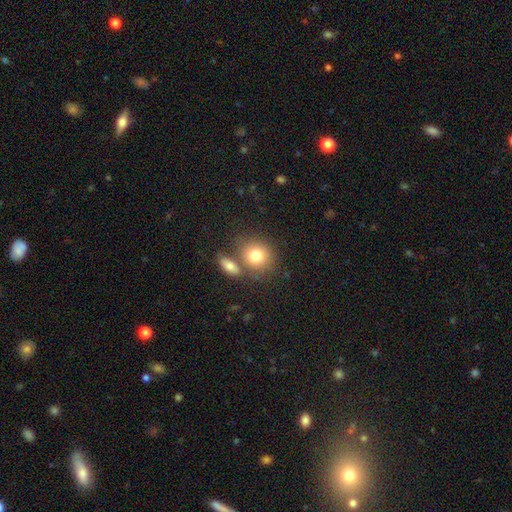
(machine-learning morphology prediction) type=smooth (80%); roundness=round (75%); merging=none (59%).